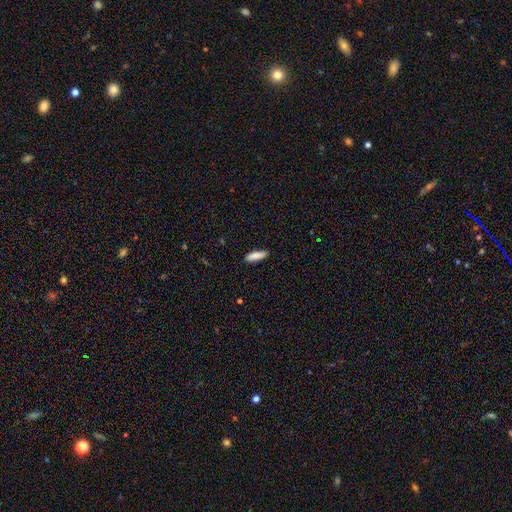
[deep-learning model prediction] smooth-or-featured: smooth: 86% | featured or disk: 8% | star or artifact: 6%
  how-rounded: cigar-shaped: 54% | in between: 45% | round: 2%
  merging: none: 86% | minor disturbance: 11% | major disturbance: 2% | merger: 1%